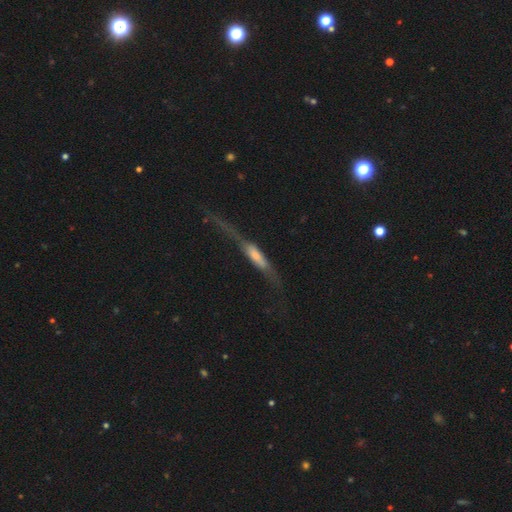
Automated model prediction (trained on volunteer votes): Smooth or featured? Predicted: featured or disk (p=0.51). Edge-on disk? Predicted: yes (p=0.79). Merging? Predicted: major disturbance (p=0.39).